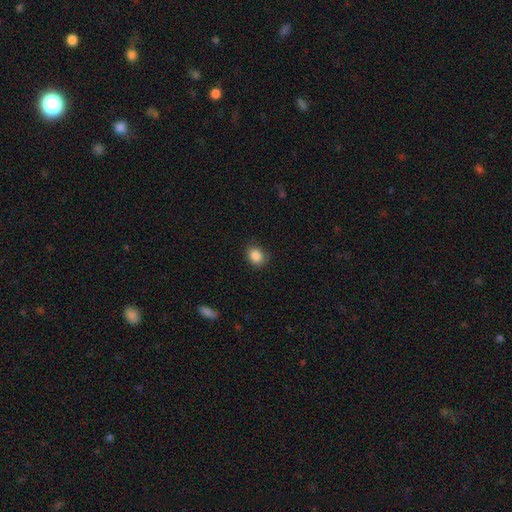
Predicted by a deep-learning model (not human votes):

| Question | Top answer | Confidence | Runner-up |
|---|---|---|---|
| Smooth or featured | smooth | 87% | star or artifact (10%) |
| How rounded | round | 56% | in between (43%) |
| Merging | none | 80% | minor disturbance (15%) |